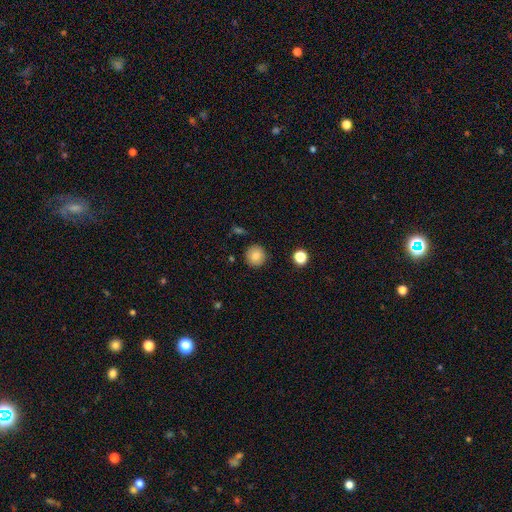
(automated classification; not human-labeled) A smooth galaxy with no disk features (84%) that is round (93%). Merging: none (89%).